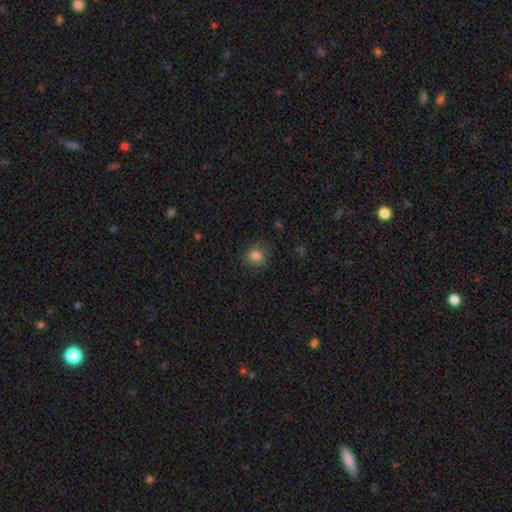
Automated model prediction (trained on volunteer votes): smooth-or-featured: smooth: 81% | star or artifact: 13% | featured or disk: 6%
  how-rounded: round: 74% | in between: 25% | cigar-shaped: 1%
  merging: none: 76% | minor disturbance: 17% | major disturbance: 5% | merger: 2%